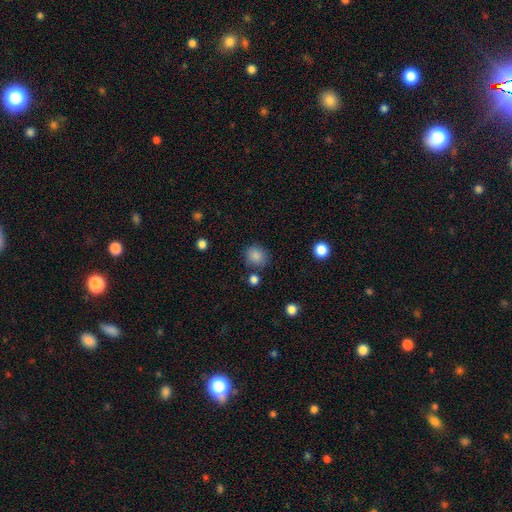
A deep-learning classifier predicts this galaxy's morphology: type=smooth (85%); roundness=round (76%); merging=none (81%).